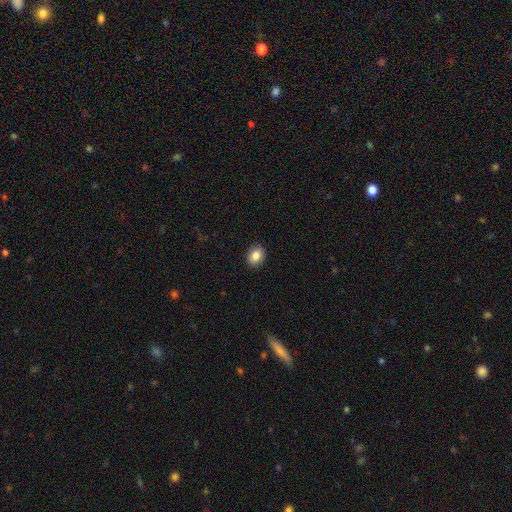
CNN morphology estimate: type=smooth (85%); roundness=in between (63%); merging=none (91%).